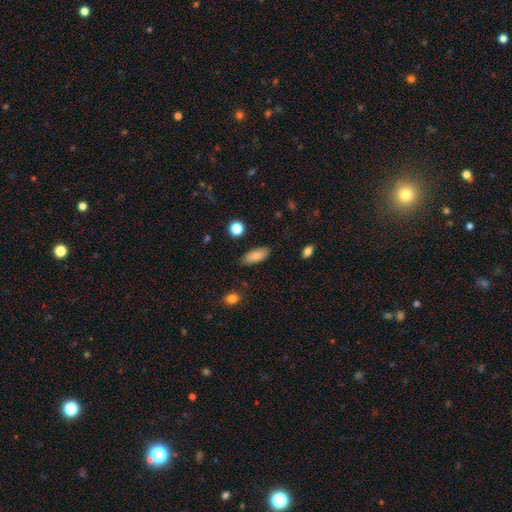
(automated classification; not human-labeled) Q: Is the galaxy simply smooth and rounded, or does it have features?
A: smooth — 85%.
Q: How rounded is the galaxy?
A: in between — 84%.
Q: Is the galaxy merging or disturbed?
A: none — 84%.